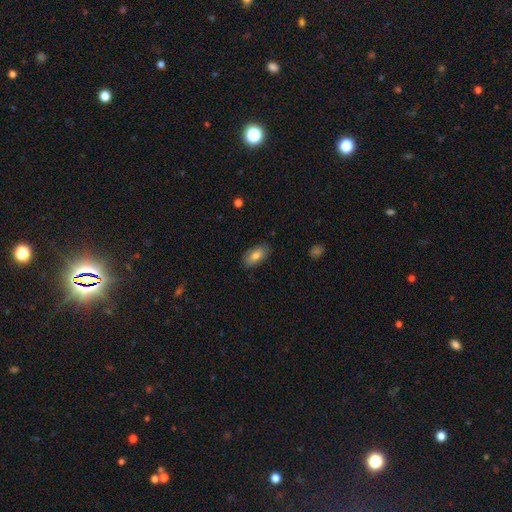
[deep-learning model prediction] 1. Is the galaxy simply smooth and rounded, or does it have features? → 78% smooth, 16% featured or disk, 7% star or artifact.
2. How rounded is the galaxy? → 92% in between, 5% cigar-shaped, 3% round.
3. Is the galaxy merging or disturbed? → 84% none, 12% minor disturbance, 3% major disturbance, 1% merger.